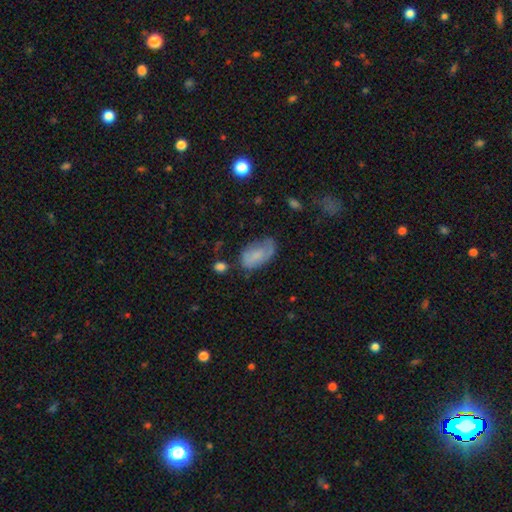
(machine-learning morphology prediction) A smooth galaxy with no disk features (67%) that is in between round and cigar-shaped (92%). Merging: none (49%).